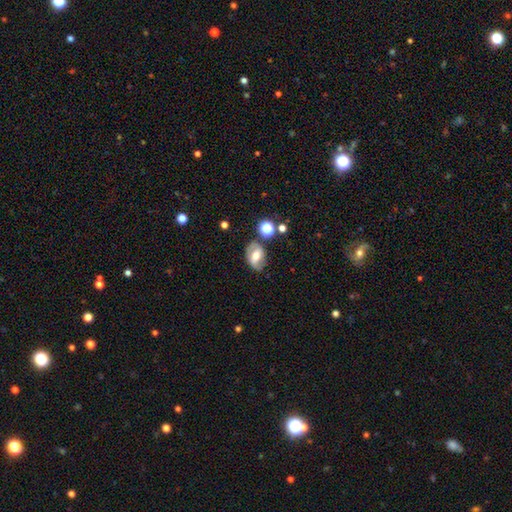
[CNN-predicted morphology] featured or disk 55%, smooth 36%, star or artifact 9%. Down the decision tree: edge-on disk — no (94%); bar — weak (40%); spiral arms — yes (66%); bulge size — moderate (69%); merging — none (72%).